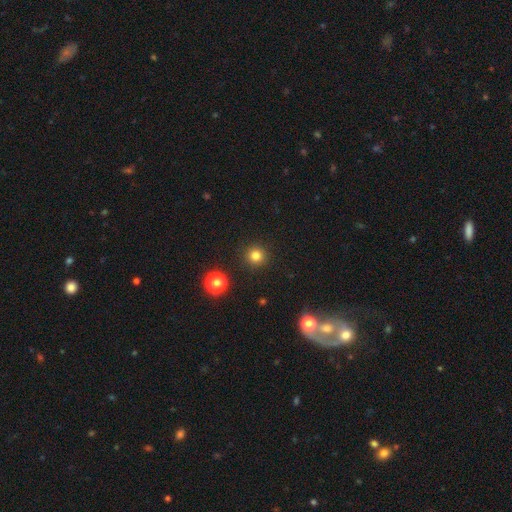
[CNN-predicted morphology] Smooth or featured? smooth (80%)
How rounded? round (95%)
Merging? none (92%)